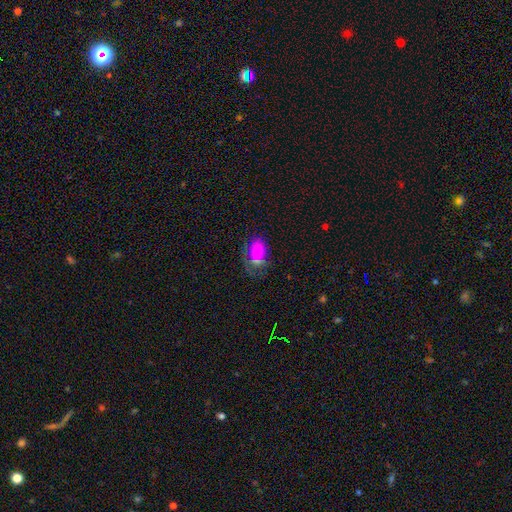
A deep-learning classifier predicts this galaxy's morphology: Smooth or featured: smooth — 68% (star or artifact — 18%)
How rounded: in between — 83% (round — 14%)
Merging: none — 49% (minor disturbance — 22%)